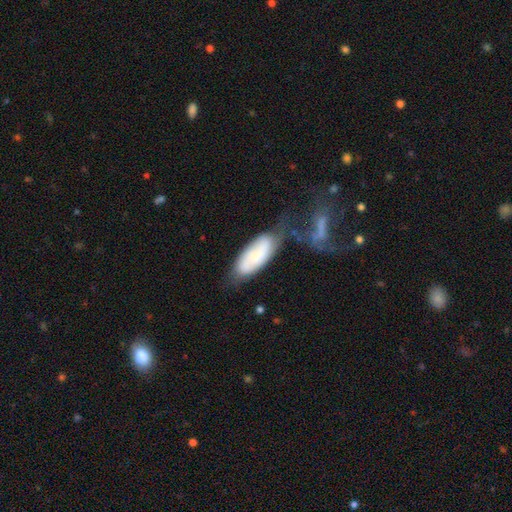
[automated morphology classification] This appears to be a smooth galaxy with no disk features (68%) that is in between round and cigar-shaped (77%). Merging: none (44%).